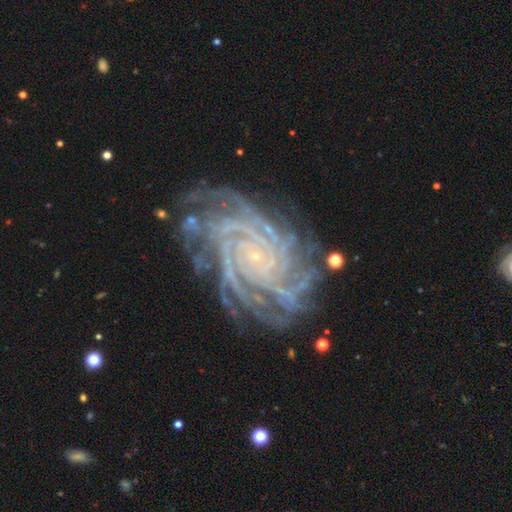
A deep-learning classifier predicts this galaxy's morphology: featured or disk 91%, star or artifact 6%, smooth 4%. Down the decision tree: edge-on disk — no (98%); bar — no (75%); spiral arms — yes (99%); spiral arm count — more than 4 (38%); spiral winding — tight (80%); bulge size — small (89%); merging — none (77%).